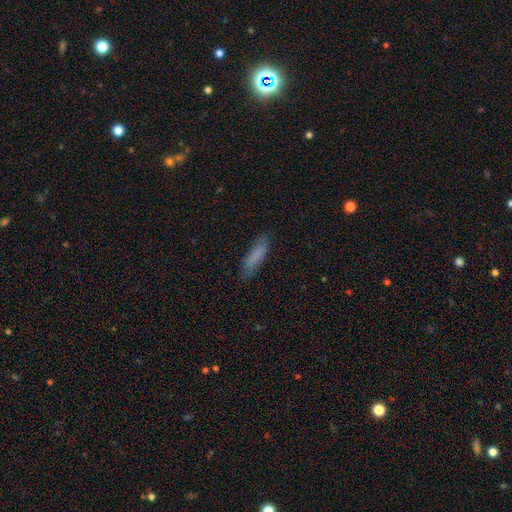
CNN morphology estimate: A smooth galaxy with no disk features (72%) that is cigar-shaped (68%). Merging: none (77%).